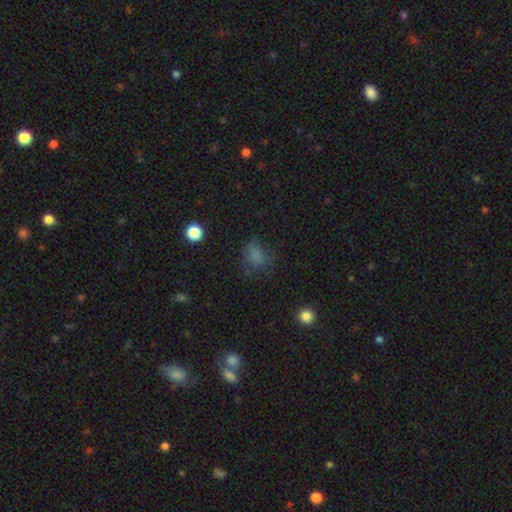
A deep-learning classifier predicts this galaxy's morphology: A smooth galaxy with no disk features (71%) that is in between round and cigar-shaped (61%).

Vote fractions:
- Smooth or featured? smooth: 71% / star or artifact: 18% / featured or disk: 11%
- How rounded? in between: 61% / round: 37% / cigar-shaped: 2%
- Merging? none: 53% / minor disturbance: 26% / major disturbance: 19% / merger: 2%